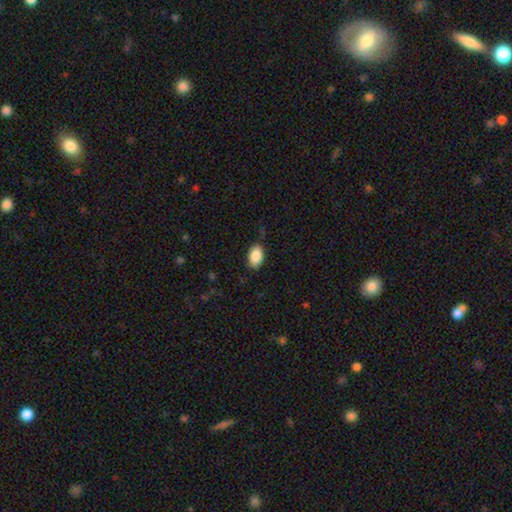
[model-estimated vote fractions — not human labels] This appears to be a smooth galaxy with no disk features (88%) that is in between round and cigar-shaped (93%). Merging: none (83%).